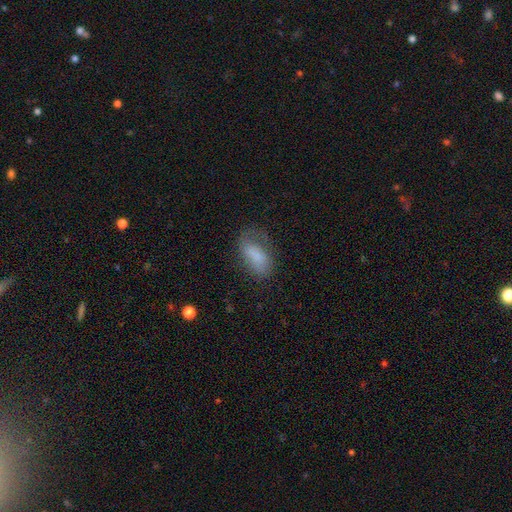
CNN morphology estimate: smooth 71%, featured or disk 20%, star or artifact 9%. Down the decision tree: how rounded — in between (89%); merging — none (48%).